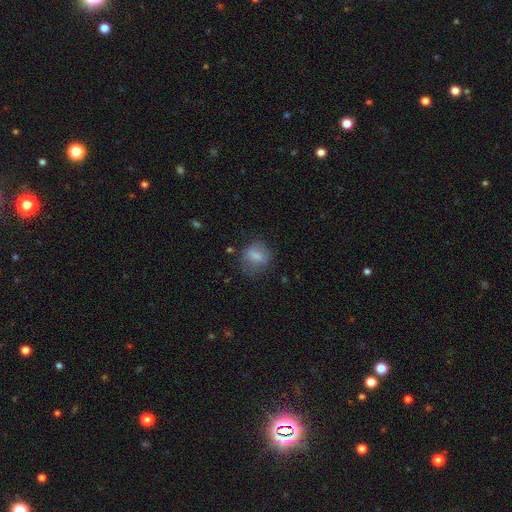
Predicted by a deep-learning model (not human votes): Morphology: type=smooth (70%); roundness=round (51%); merging=none (58%).